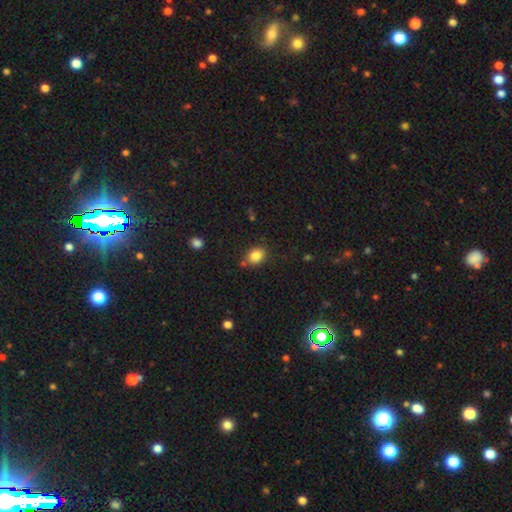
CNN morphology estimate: smooth-or-featured: smooth: 85% | star or artifact: 10% | featured or disk: 5%
  how-rounded: in between: 55% | round: 44% | cigar-shaped: 1%
  merging: none: 73% | minor disturbance: 15% | merger: 7% | major disturbance: 4%